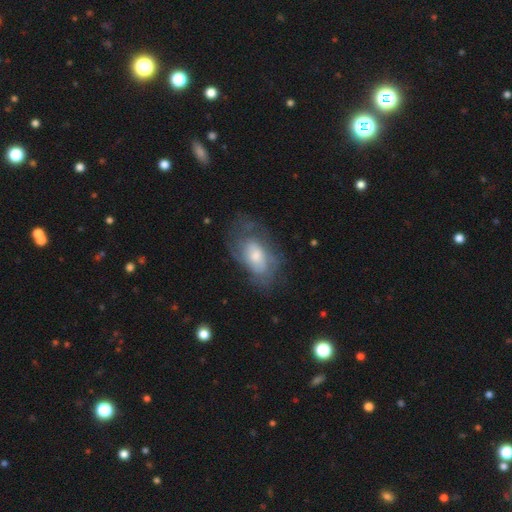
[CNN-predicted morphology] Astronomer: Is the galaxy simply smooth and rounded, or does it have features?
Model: featured or disk — 60%.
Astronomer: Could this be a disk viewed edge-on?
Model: no — 93%.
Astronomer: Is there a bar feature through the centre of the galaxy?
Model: no — 73%.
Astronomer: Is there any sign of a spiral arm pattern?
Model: yes — 69%.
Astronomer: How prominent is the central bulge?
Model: moderate — 50% (runner-up: small, 34%).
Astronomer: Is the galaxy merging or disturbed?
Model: none — 60%.